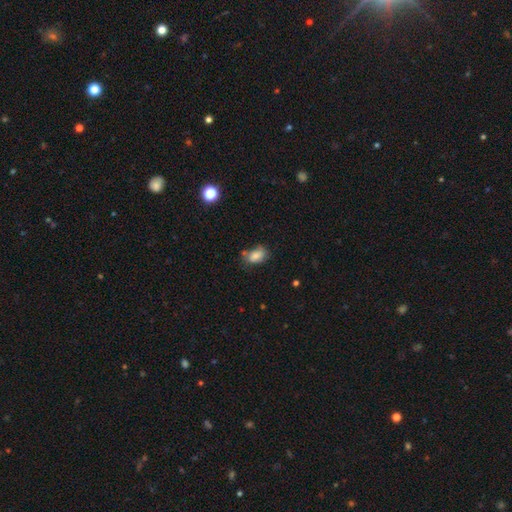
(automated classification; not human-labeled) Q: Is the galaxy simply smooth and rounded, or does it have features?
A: smooth — 82%.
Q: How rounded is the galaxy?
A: in between — 86%.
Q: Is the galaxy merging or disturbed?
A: none — 56%.